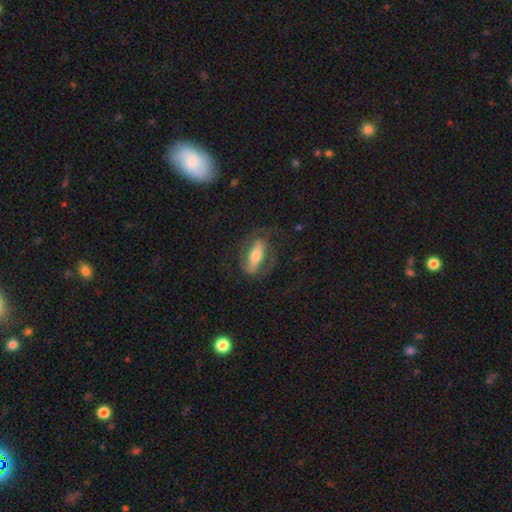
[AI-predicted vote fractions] Smooth or featured?
  - featured or disk: 58% *
  - smooth: 35%
  - star or artifact: 7%
Edge-on disk?
  - no: 75% *
  - yes: 25%
Merging?
  - none: 65% *
  - minor disturbance: 17%
  - major disturbance: 16%
  - merger: 2%